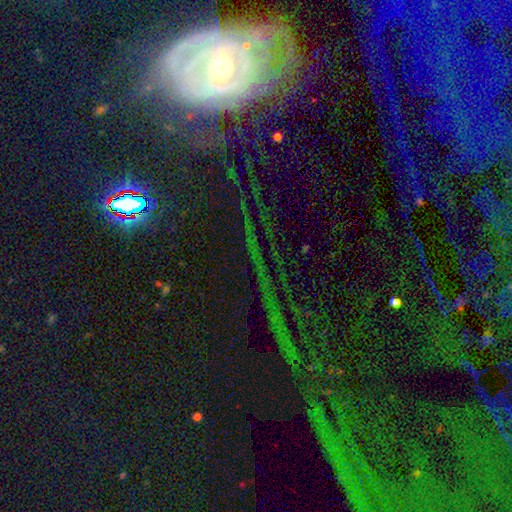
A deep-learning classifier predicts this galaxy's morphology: Smooth or featured? star or artifact (67%)